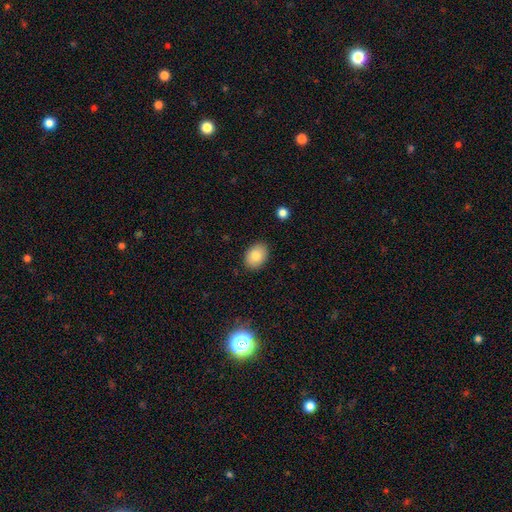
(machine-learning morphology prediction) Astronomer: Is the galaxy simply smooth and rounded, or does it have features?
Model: smooth — 82%.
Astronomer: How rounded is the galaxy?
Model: in between — 73%.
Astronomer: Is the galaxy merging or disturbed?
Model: none — 87%.